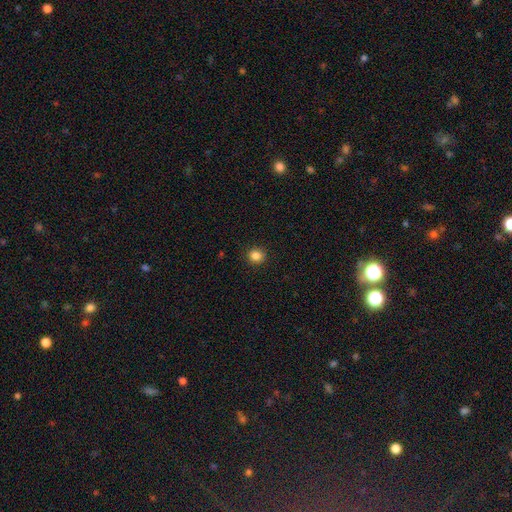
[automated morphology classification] smooth 85%, star or artifact 11%, featured or disk 4%. Down the decision tree: how rounded — round (89%); merging — none (92%).